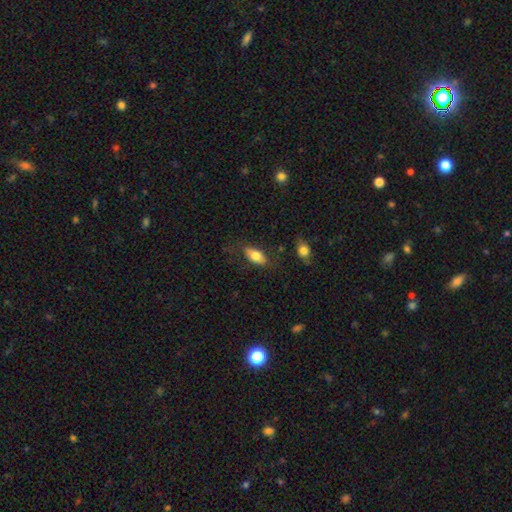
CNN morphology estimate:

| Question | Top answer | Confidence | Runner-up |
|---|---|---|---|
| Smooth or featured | smooth | 76% | featured or disk (17%) |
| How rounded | in between | 87% | cigar-shaped (9%) |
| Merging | none | 75% | minor disturbance (17%) |